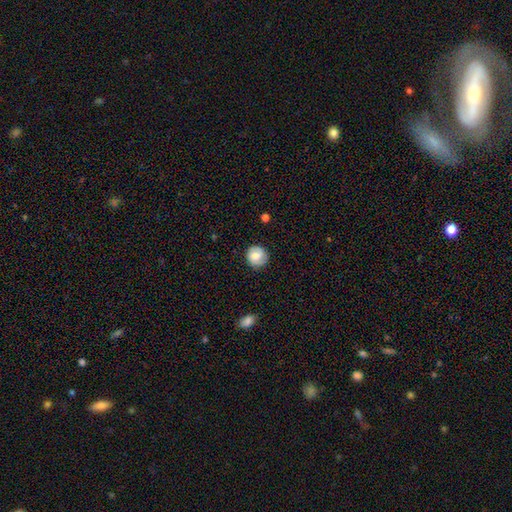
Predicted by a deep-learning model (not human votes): Overall: smooth (67%). How rounded: round (89%). Merging: none (81%).